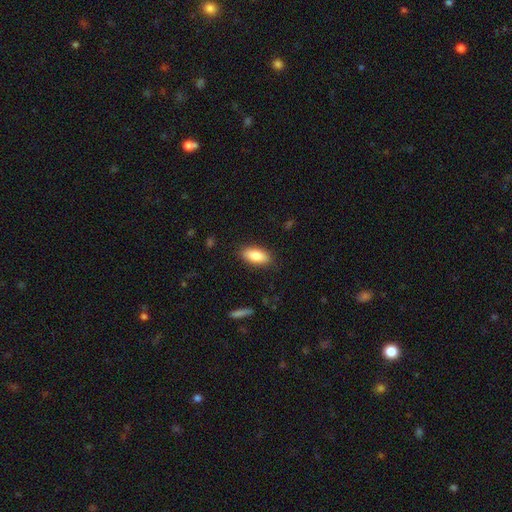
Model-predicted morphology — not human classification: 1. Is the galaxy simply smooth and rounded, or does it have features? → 84% smooth, 9% featured or disk, 7% star or artifact.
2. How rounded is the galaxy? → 87% in between, 11% cigar-shaped, 3% round.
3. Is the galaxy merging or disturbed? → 87% none, 10% minor disturbance, 2% major disturbance, 1% merger.